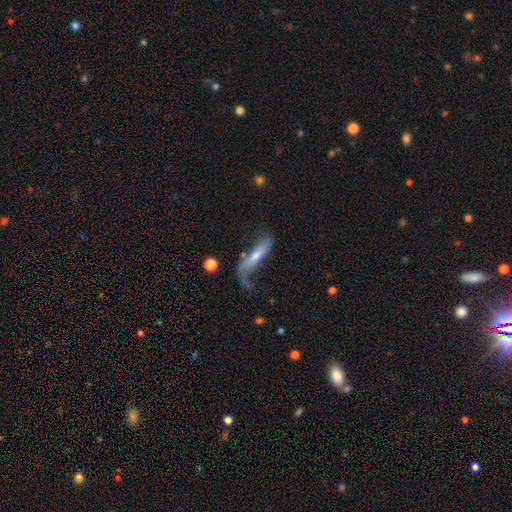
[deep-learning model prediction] smooth-or-featured: featured or disk: 57% | smooth: 35% | star or artifact: 8%
  disk-edge-on: no: 62% | yes: 38%
  merging: none: 34% (tied) | major disturbance: 34% (tied) | minor disturbance: 24% | merger: 7%